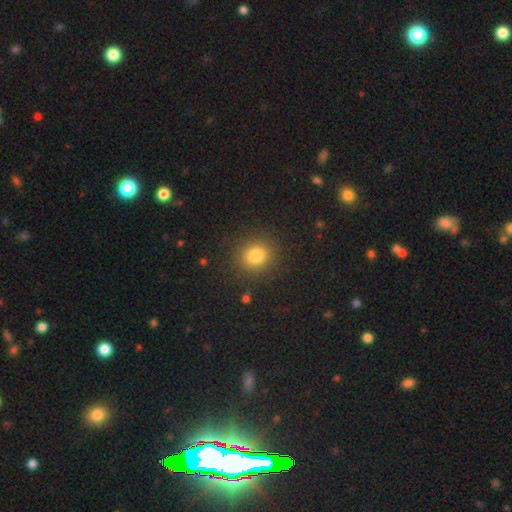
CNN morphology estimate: A smooth galaxy with no disk features (81%) that is round (83%).

Vote fractions:
- Smooth or featured? smooth: 81% / star or artifact: 13% / featured or disk: 6%
- How rounded? round: 83% / in between: 16% / cigar-shaped: 1%
- Merging? none: 88% / minor disturbance: 7% / major disturbance: 3% / merger: 1%